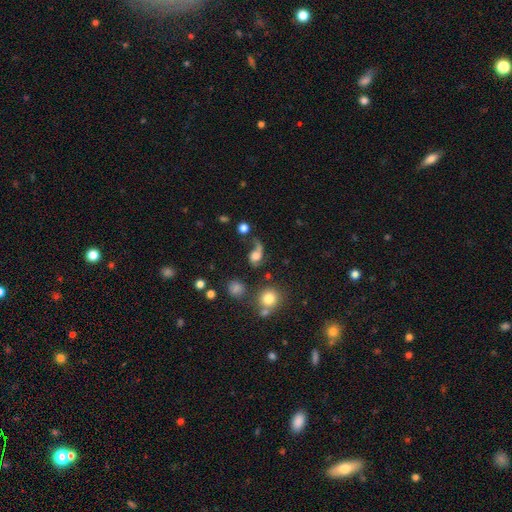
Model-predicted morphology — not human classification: Smooth or featured? smooth (47%)
Merging? major disturbance (41%)